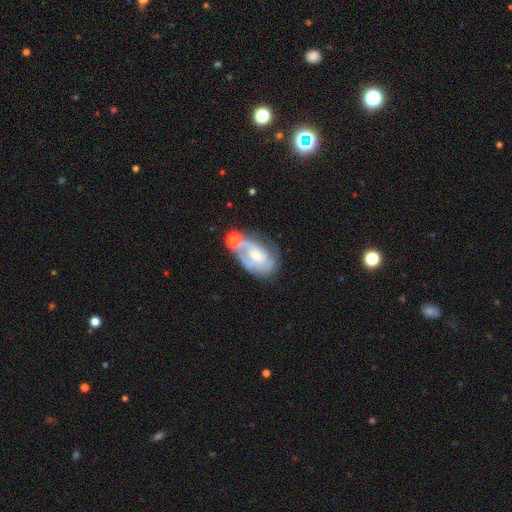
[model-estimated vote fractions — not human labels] A featured or disk galaxy (71%) with no bar (63%), 2 (35%) tight (55%) spiral arms (80%) and a small central bulge (47%).

Vote fractions:
- Smooth or featured? featured or disk: 71% / smooth: 22% / star or artifact: 7%
- Edge-on disk? no: 96% / yes: 4%
- Bar? no: 63% / weak: 30% / strong: 7%
- Spiral arms? yes: 80% / no: 20%
- Spiral winding? tight: 55% / medium: 32% / loose: 13%
- Spiral arm count? 2: 35% / can't tell: 33% / 1: 21% / 3: 7% / 4: 2% / more than 4: 2%
- Bulge size? small: 47% / moderate: 41% / large: 6% / none: 5% / dominant: 1%
- Merging? none: 41% / minor disturbance: 23% / merger: 19% / major disturbance: 17%